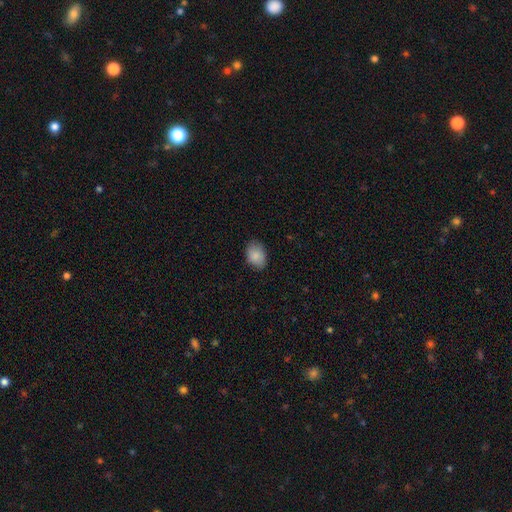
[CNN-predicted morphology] Smooth or featured? smooth (87%)
How rounded? in between (80%)
Merging? none (81%)